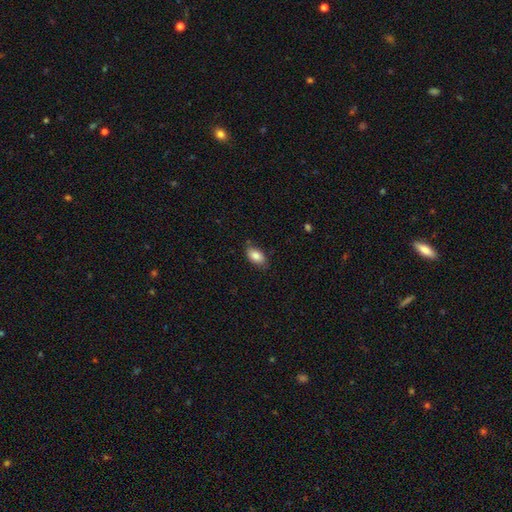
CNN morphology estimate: Smooth or featured? smooth (84%)
How rounded? in between (93%)
Merging? none (78%)